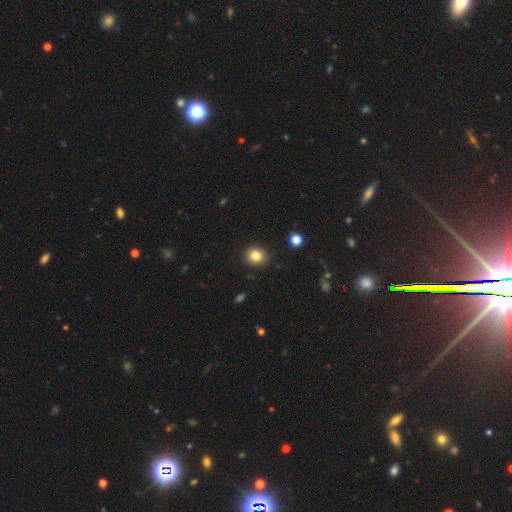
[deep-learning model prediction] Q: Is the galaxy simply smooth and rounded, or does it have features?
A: smooth — 84%.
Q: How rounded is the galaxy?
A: round — 84%.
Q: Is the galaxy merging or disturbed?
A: none — 90%.